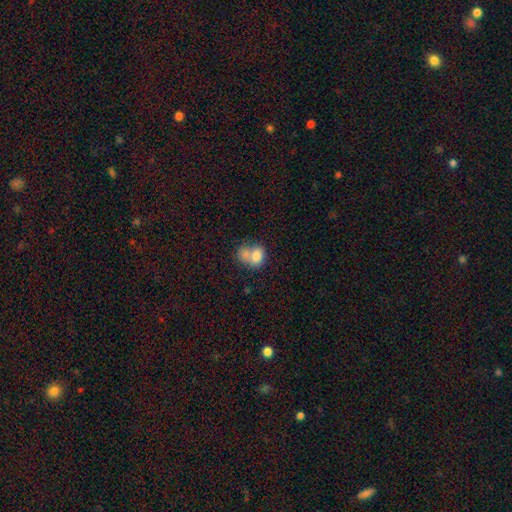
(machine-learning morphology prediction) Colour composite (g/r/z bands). It shows a smooth galaxy with no disk features (77%) that is in between round and cigar-shaped (61%). Merging: merger (65%).